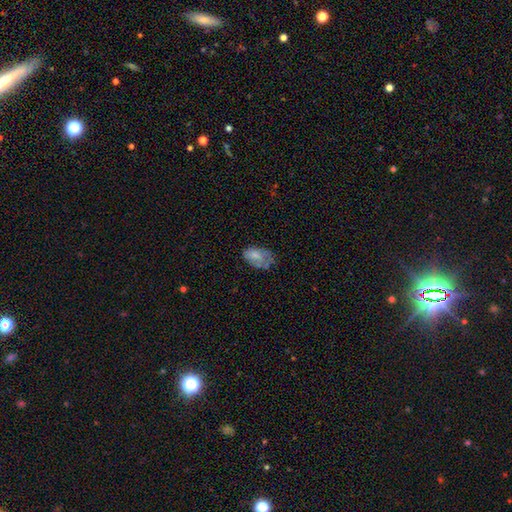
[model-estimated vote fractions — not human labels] The model was most divided on "merging": none: 40%, minor disturbance: 34%, major disturbance: 22%, merger: 4%. More confident: how rounded — in between (90%); smooth or featured — smooth (68%).